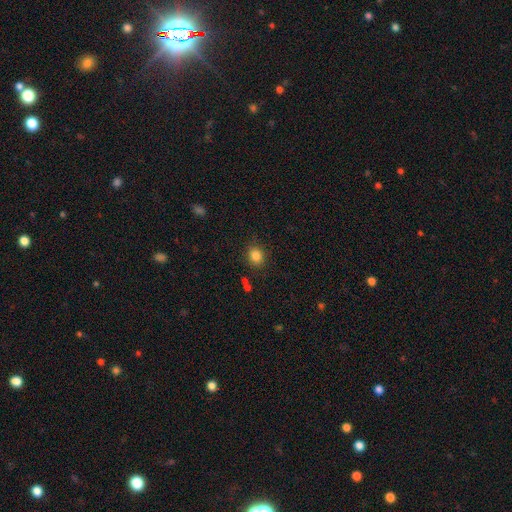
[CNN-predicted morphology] Q: Smooth or featured?
A: smooth (84%); runner-up: star or artifact (11%)
Q: How rounded?
A: round (65%); runner-up: in between (34%)
Q: Merging?
A: none (84%); runner-up: minor disturbance (11%)